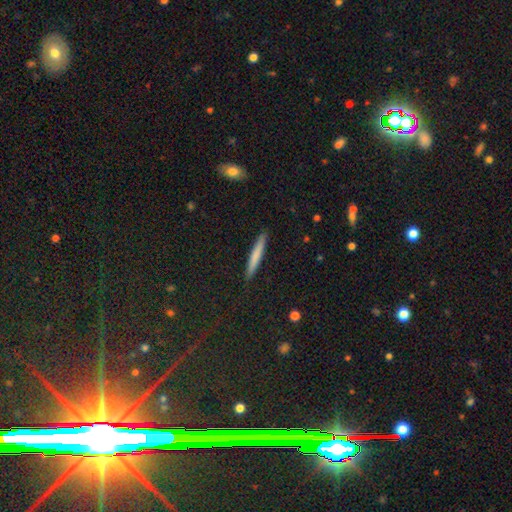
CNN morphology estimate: Smooth or featured? smooth (71%)
How rounded? cigar-shaped (95%)
Merging? none (91%)